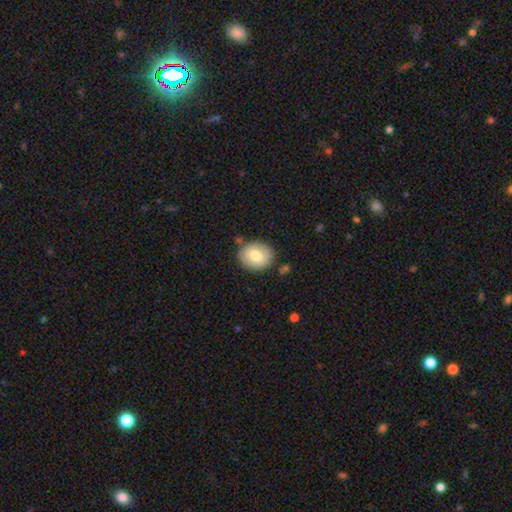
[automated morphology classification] A smooth galaxy with no disk features (73%) that is round (58%). Merging: none (82%).